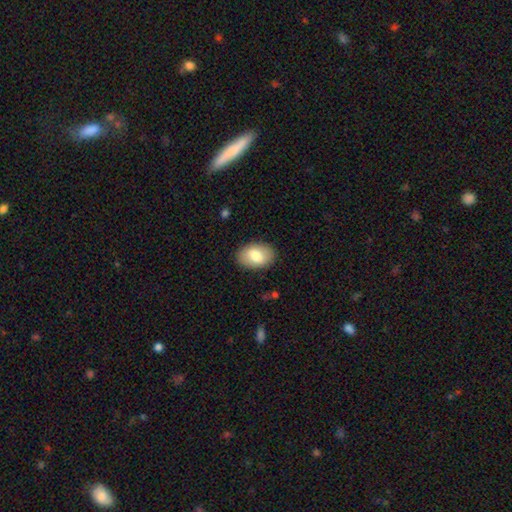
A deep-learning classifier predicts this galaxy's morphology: smooth 77%, featured or disk 16%, star or artifact 6%. Down the decision tree: how rounded — in between (89%); merging — none (86%).